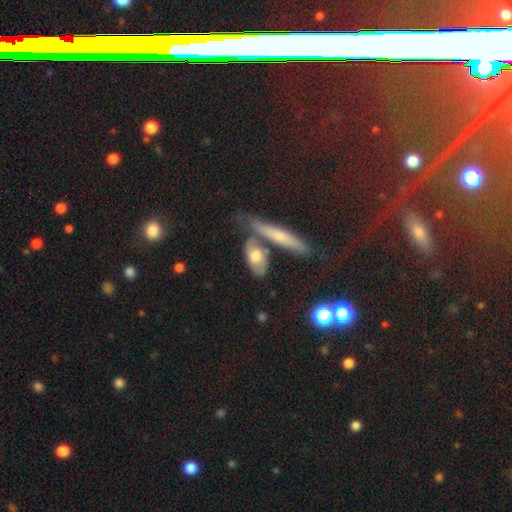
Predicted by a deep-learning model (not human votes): A smooth galaxy with no disk features (55%) that is in between round and cigar-shaped (65%).

Vote fractions:
- Smooth or featured? smooth: 55% / featured or disk: 39% / star or artifact: 6%
- How rounded? in between: 65% / cigar-shaped: 29% / round: 6%
- Merging? none: 43% / merger: 31% / minor disturbance: 17% / major disturbance: 9%